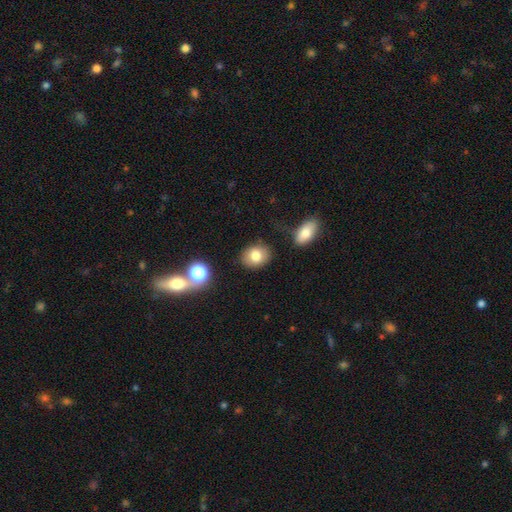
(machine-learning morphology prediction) Smooth or featured: smooth — 80% (featured or disk — 11%)
How rounded: in between — 56% (round — 43%)
Merging: none — 83% (minor disturbance — 11%)